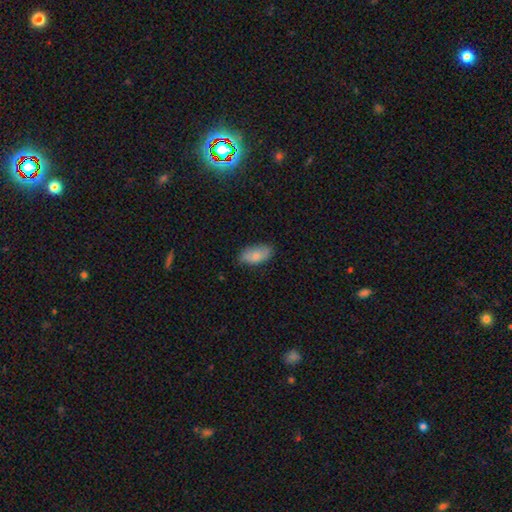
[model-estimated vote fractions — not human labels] This is likely a smooth galaxy (78%). How rounded: clearly in between (93%). Merging: likely none (78%).